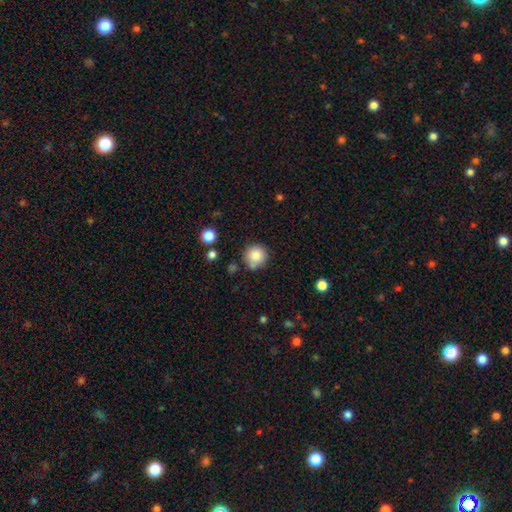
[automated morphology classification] type=smooth (84%); roundness=round (93%); merging=none (76%).